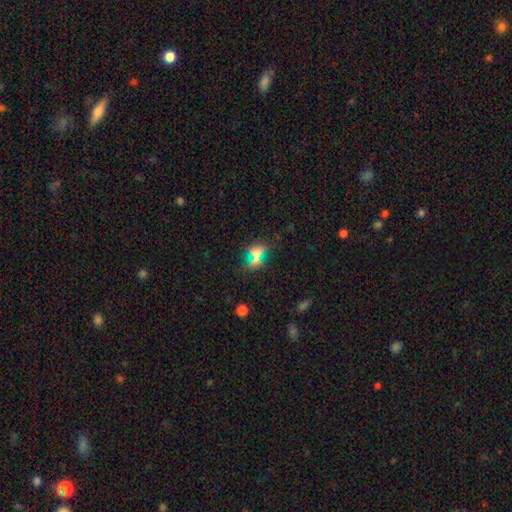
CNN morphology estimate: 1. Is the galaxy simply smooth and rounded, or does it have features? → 53% smooth, 34% star or artifact, 13% featured or disk.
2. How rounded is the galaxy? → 46% in between, 44% round, 10% cigar-shaped.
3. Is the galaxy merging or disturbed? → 78% none, 11% minor disturbance, 6% major disturbance, 5% merger.